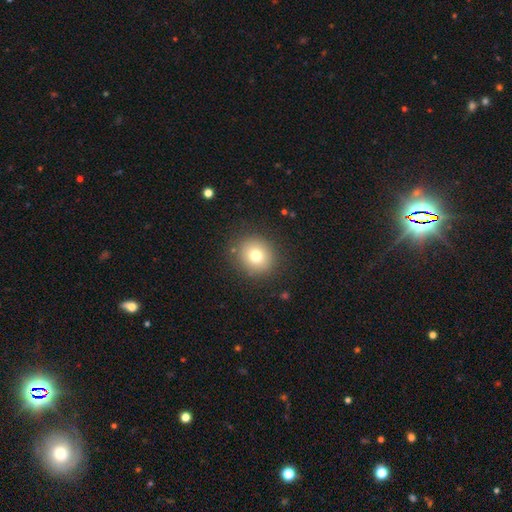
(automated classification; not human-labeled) This appears to be a smooth galaxy with no disk features (76%) that is round (87%). Merging: none (88%).